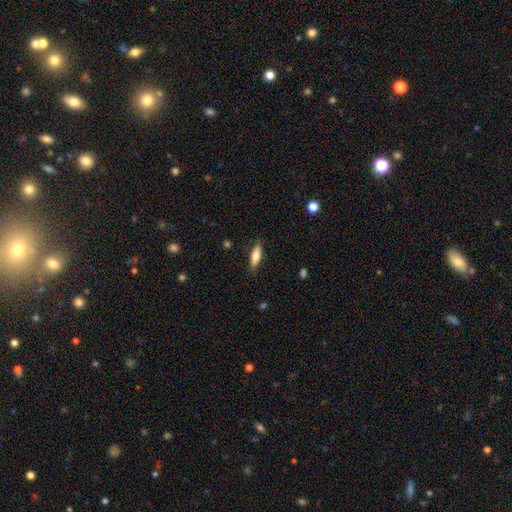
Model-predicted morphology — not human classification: smooth 71%, featured or disk 23%, star or artifact 6%. Down the decision tree: how rounded — cigar-shaped (60%); merging — none (85%).